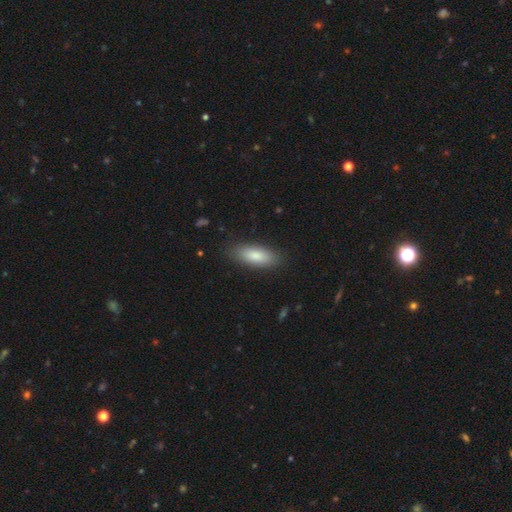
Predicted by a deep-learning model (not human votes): smooth 83%, featured or disk 11%, star or artifact 6%. Down the decision tree: how rounded — in between (77%); merging — none (85%).